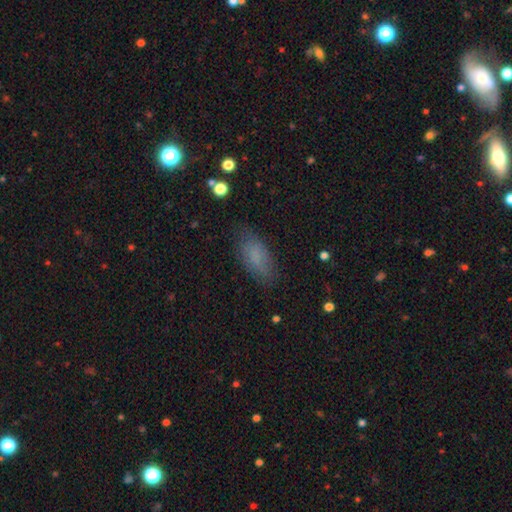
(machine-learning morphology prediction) Q: Smooth or featured?
A: smooth (76%); runner-up: featured or disk (14%)
Q: How rounded?
A: in between (86%); runner-up: cigar-shaped (11%)
Q: Merging?
A: none (78%); runner-up: minor disturbance (16%)